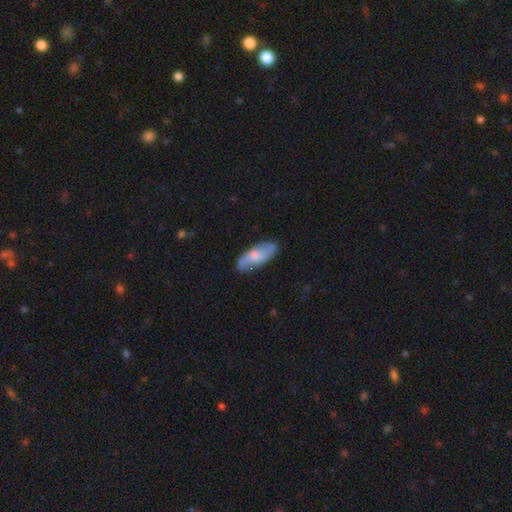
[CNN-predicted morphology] Smooth or featured? Predicted: smooth (p=0.51). How rounded? Predicted: in between (p=0.76). Merging? Predicted: none (p=0.79).